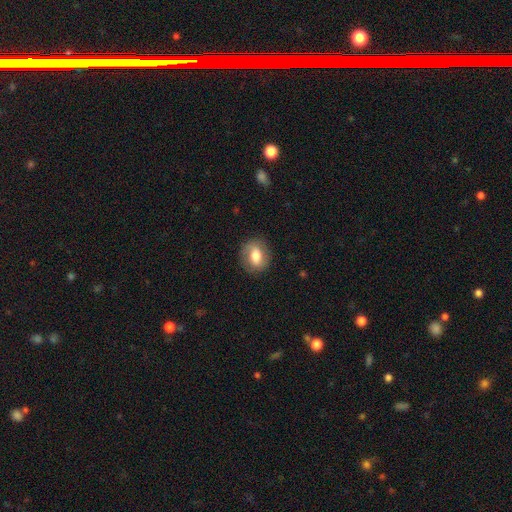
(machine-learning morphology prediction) This appears to be a smooth galaxy with no disk features (62%) that is in between round and cigar-shaped (53%). Merging: none (82%).